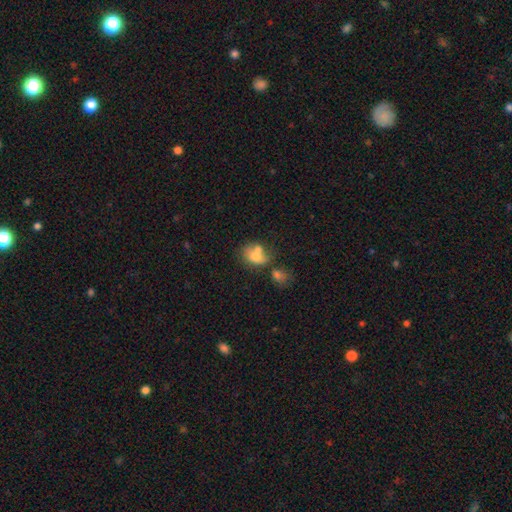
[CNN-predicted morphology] Smooth or featured? smooth (70%)
How rounded? in between (56%)
Merging? merger (43%)